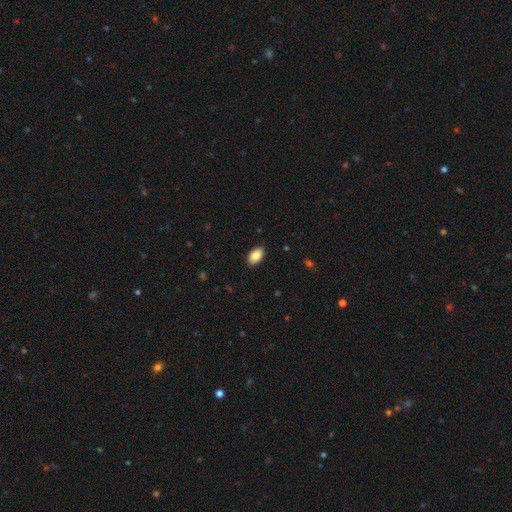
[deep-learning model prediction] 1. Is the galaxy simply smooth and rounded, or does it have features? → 86% smooth, 7% star or artifact, 7% featured or disk.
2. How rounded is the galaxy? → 93% in between, 6% round, 1% cigar-shaped.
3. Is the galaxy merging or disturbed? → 89% none, 8% minor disturbance, 2% major disturbance, 1% merger.